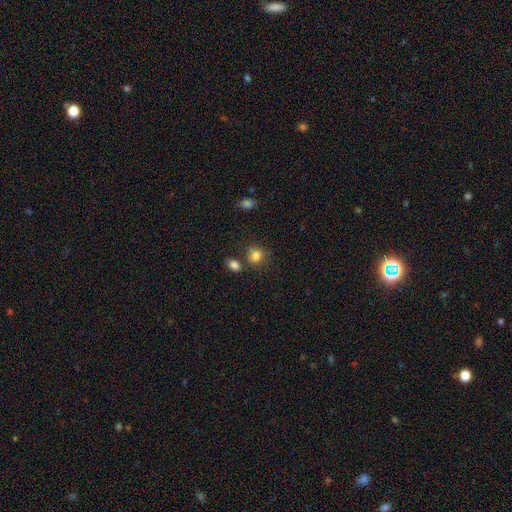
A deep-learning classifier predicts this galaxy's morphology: smooth-or-featured: smooth: 81% | star or artifact: 12% | featured or disk: 7%
  how-rounded: round: 64% | in between: 35% | cigar-shaped: 1%
  merging: none: 65% | minor disturbance: 16% | merger: 15% | major disturbance: 5%